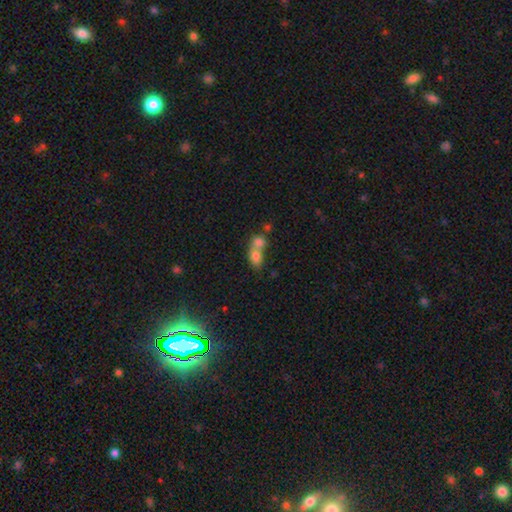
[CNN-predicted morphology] Smooth or featured: smooth — 75% (featured or disk — 14%)
How rounded: in between — 63% (round — 35%)
Merging: merger — 70% (none — 21%)